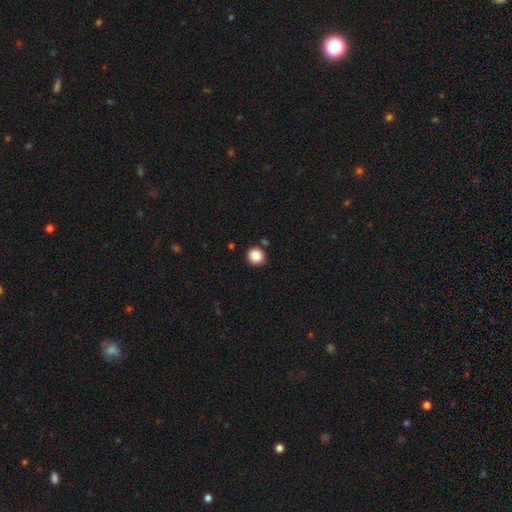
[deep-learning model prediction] Q: Smooth or featured?
A: smooth (88%); runner-up: star or artifact (9%)
Q: How rounded?
A: round (90%); runner-up: in between (9%)
Q: Merging?
A: none (86%); runner-up: minor disturbance (8%)